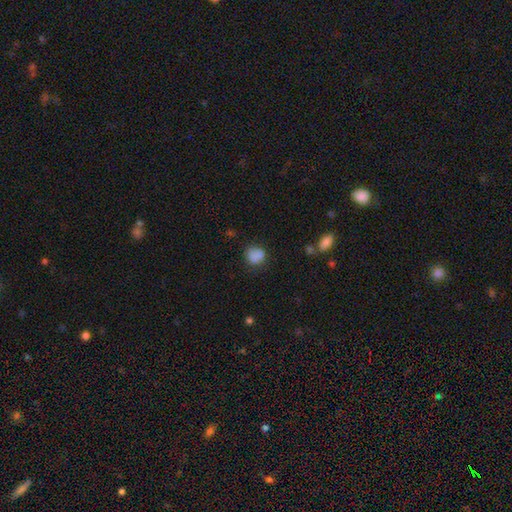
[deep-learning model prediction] Overall: smooth (80%). How rounded: round (69%; in between 30%). Merging: none (60%; minor disturbance 24%).